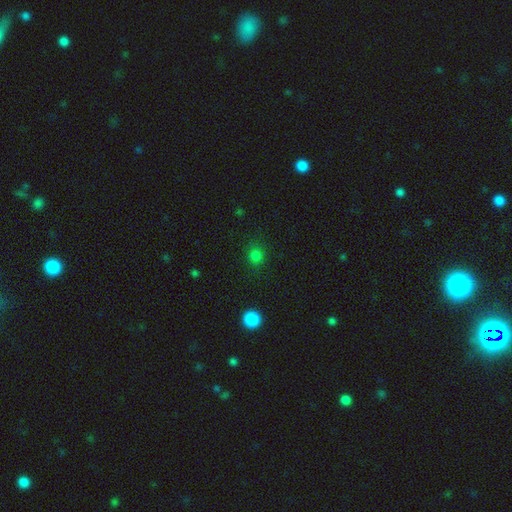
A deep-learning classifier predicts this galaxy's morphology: Smooth or featured?
  - smooth: 81% *
  - star or artifact: 16%
  - featured or disk: 4%
How rounded?
  - round: 86% *
  - in between: 13%
  - cigar-shaped: 1%
Merging?
  - none: 85% *
  - minor disturbance: 10%
  - major disturbance: 4%
  - merger: 2%